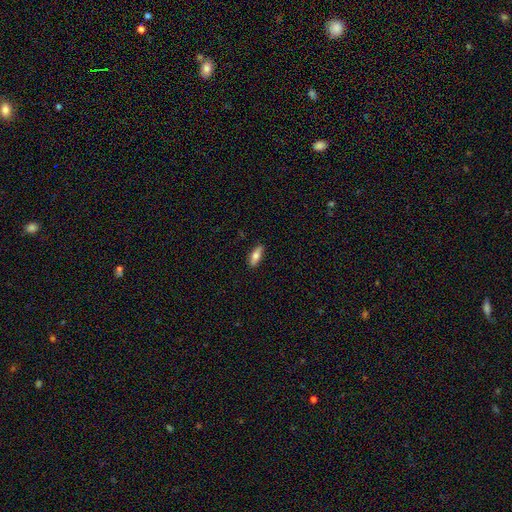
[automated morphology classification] This appears to be a smooth galaxy with no disk features (73%) that is in between round and cigar-shaped (65%). Merging: none (86%).